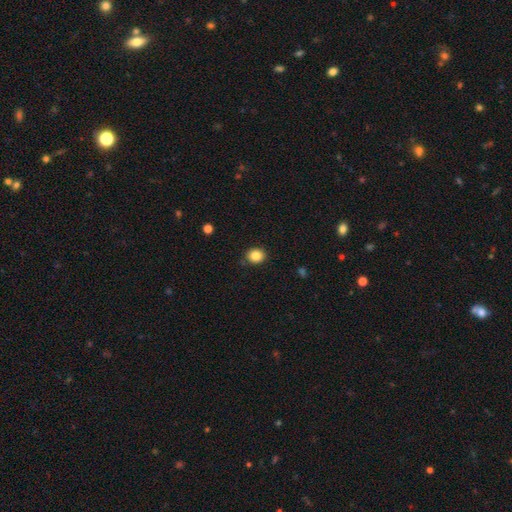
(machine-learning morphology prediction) Smooth or featured? Predicted: smooth (p=0.85). How rounded? Predicted: round (p=0.72). Merging? Predicted: none (p=0.85).